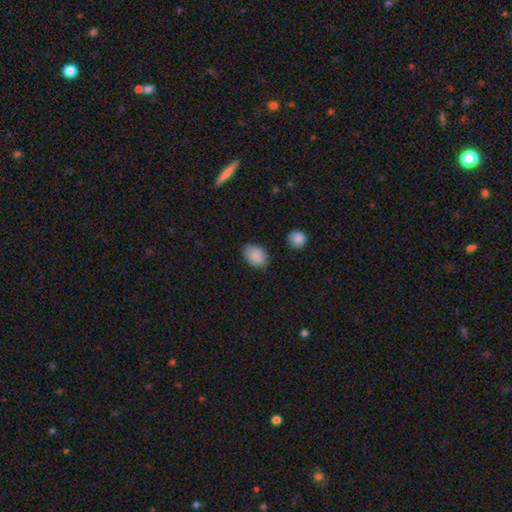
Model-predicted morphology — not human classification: Overall: smooth (88%). How rounded: in between (76%). Merging: none (79%).